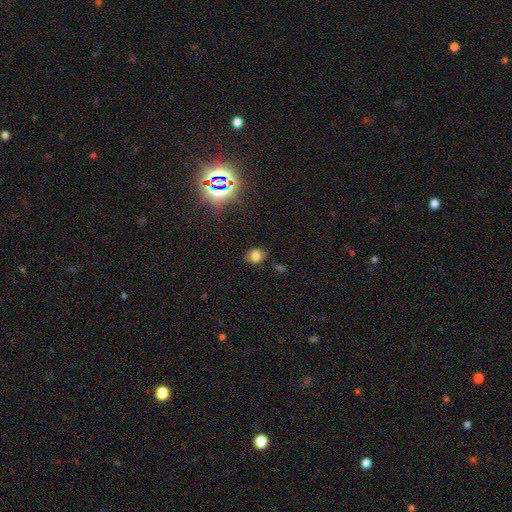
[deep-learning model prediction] The model was most divided on "how rounded": round: 50%, in between: 49%, cigar-shaped: 1%. More confident: merging — none (78%); smooth or featured — smooth (75%).